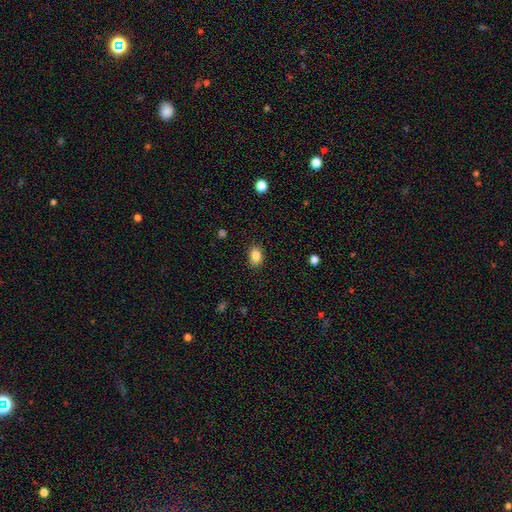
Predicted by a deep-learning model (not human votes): Morphology: type=smooth (86%); roundness=in between (74%); merging=none (85%).